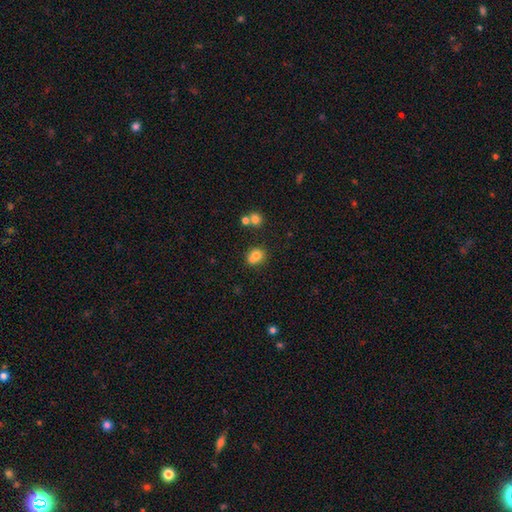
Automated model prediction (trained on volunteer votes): smooth 74%, featured or disk 13%, star or artifact 12%. Down the decision tree: how rounded — round (75%); merging — merger (44%).